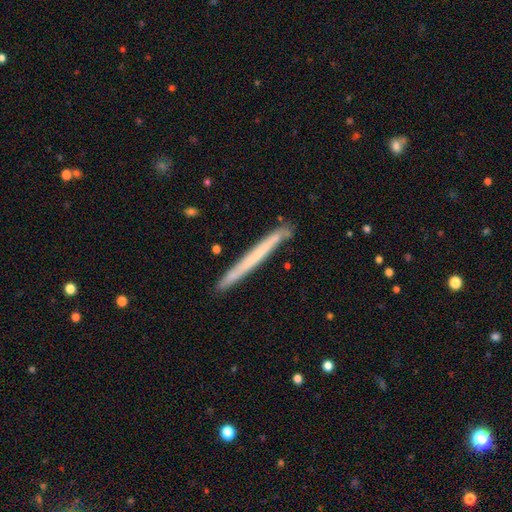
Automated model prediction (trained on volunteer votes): The model was most divided on "smooth or featured": smooth: 51%, featured or disk: 43%, star or artifact: 6%. More confident: how rounded — cigar-shaped (98%); merging — none (87%).